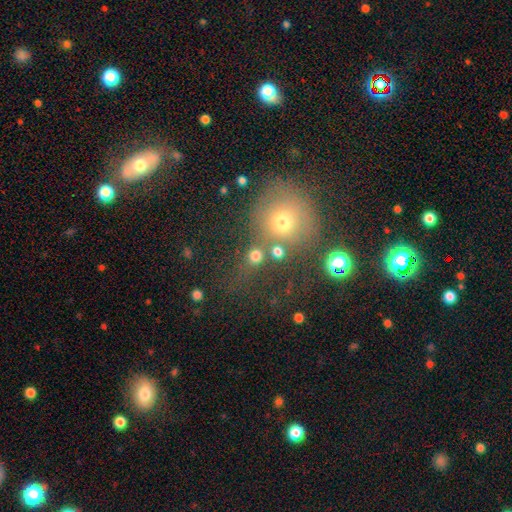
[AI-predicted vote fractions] A smooth galaxy with no disk features (73%) that is round (85%).

Vote fractions:
- Smooth or featured? smooth: 73% / star or artifact: 19% / featured or disk: 8%
- How rounded? round: 85% / in between: 13% / cigar-shaped: 2%
- Merging? none: 63% / merger: 21% / minor disturbance: 9% / major disturbance: 7%